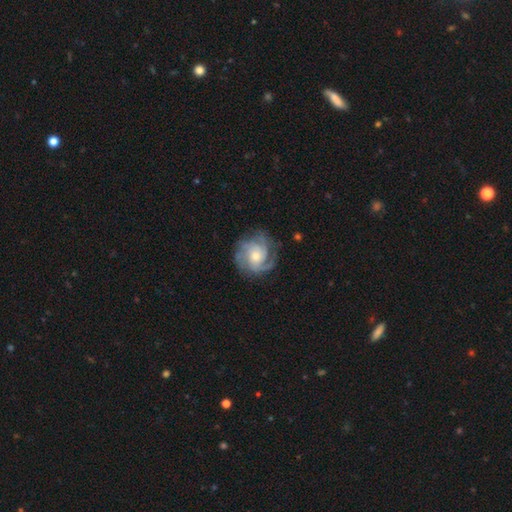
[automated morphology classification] type=featured or disk (86%); edge-on=no (98%); bar=no (75%); spiral arms=yes (97%); winding=tight (57%); arm count=3 (33%); bulge=moderate (52%); merging=none (76%).